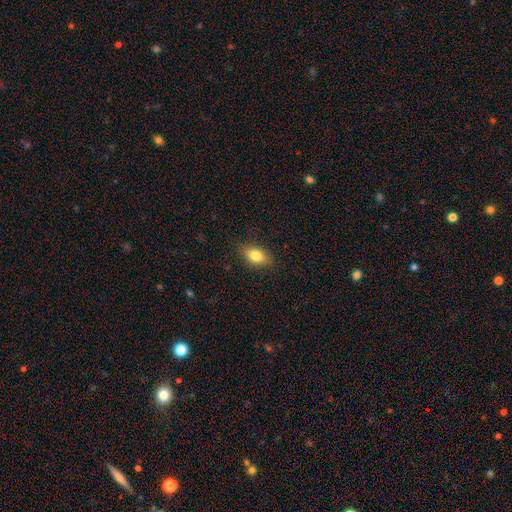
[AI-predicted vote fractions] This appears to be a smooth galaxy with no disk features (80%) that is in between round and cigar-shaped (85%). Merging: none (86%).